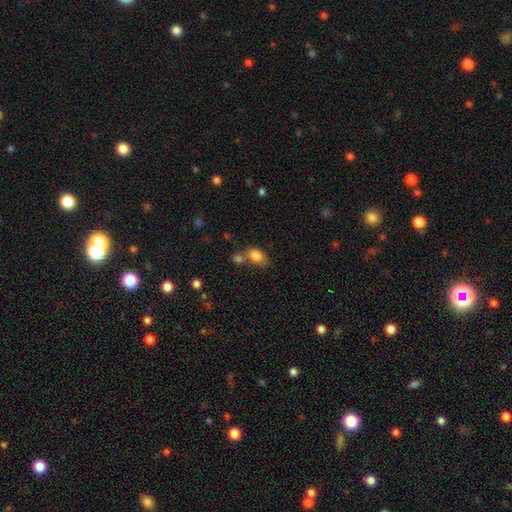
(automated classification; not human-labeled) This is clearly a smooth galaxy (83%). How rounded: clearly in between (84%). Merging: marginally none (41%).